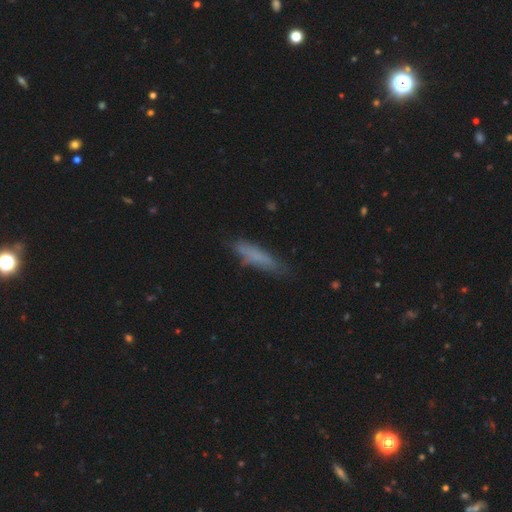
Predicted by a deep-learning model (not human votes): Smooth or featured: smooth — 71% (featured or disk — 20%)
How rounded: cigar-shaped — 79% (in between — 19%)
Merging: none — 74% (minor disturbance — 20%)